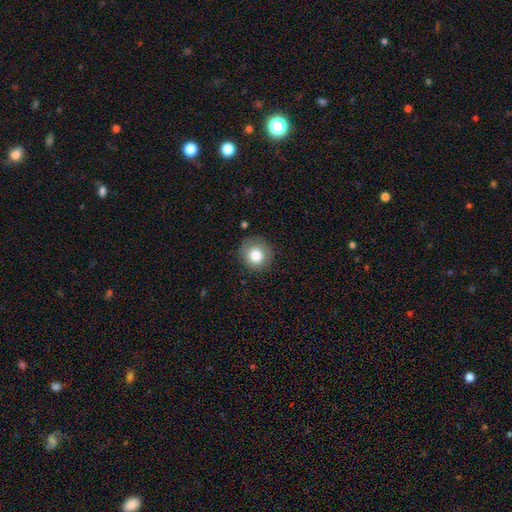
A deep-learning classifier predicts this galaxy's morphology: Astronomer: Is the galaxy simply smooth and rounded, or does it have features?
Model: smooth — 80%.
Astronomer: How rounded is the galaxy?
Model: round — 91%.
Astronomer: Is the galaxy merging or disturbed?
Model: none — 84%.